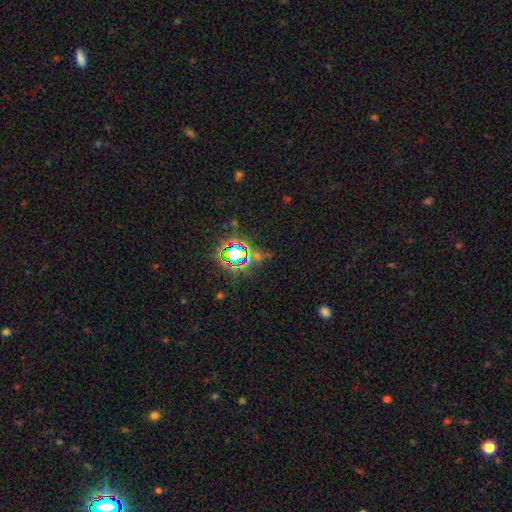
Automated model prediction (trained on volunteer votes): This appears to be a star or artifact, not a galaxy (78%).